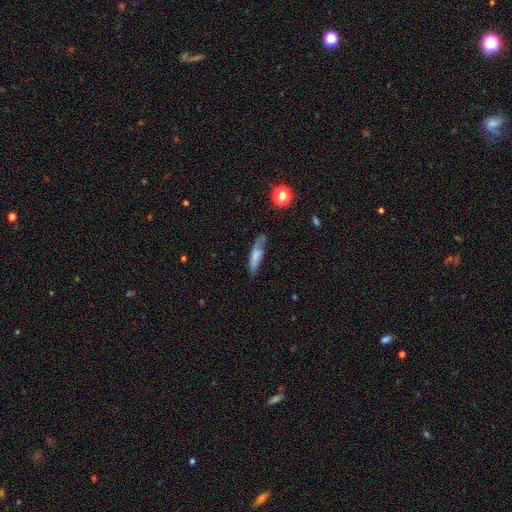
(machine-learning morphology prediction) Overall: smooth (64%; featured or disk 27%). How rounded: cigar-shaped (54%; in between 44%). Merging: none (54%; minor disturbance 29%).